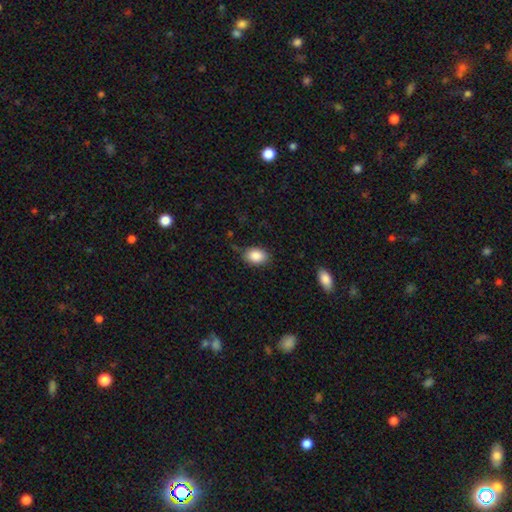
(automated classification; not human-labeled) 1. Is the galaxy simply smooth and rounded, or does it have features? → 88% smooth, 8% star or artifact, 5% featured or disk.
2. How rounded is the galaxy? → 79% in between, 20% round, 1% cigar-shaped.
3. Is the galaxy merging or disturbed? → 77% none, 17% minor disturbance, 4% major disturbance, 2% merger.